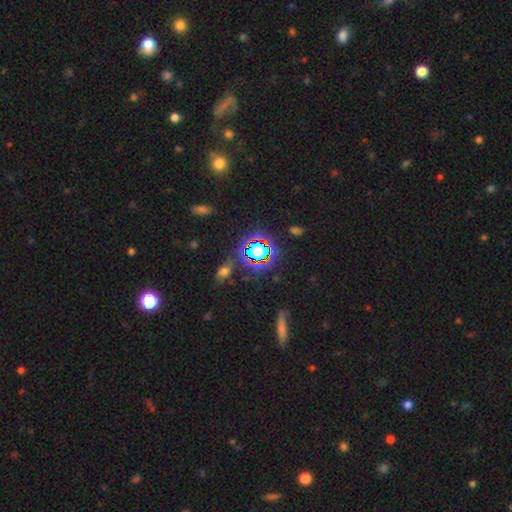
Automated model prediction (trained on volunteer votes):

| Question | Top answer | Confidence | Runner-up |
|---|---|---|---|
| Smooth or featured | star or artifact | 71% | smooth (18%) |